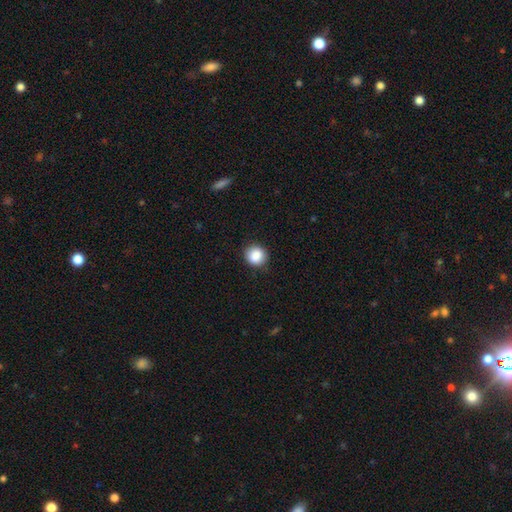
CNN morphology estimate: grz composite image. It shows a smooth galaxy with no disk features (88%) that is round (89%). Merging: none (89%).